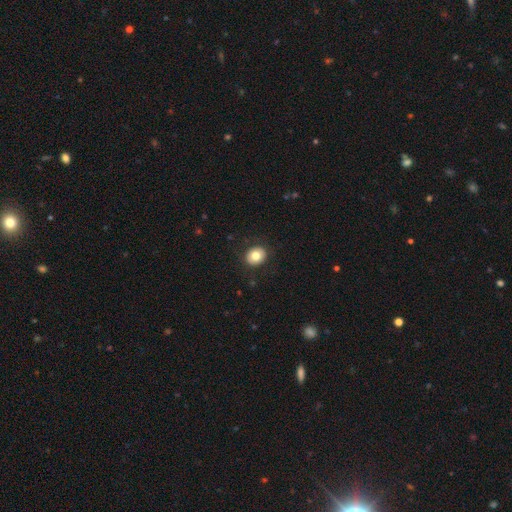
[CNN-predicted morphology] This is clearly a smooth galaxy (80%). How rounded: likely round (66%). Merging: clearly none (89%).